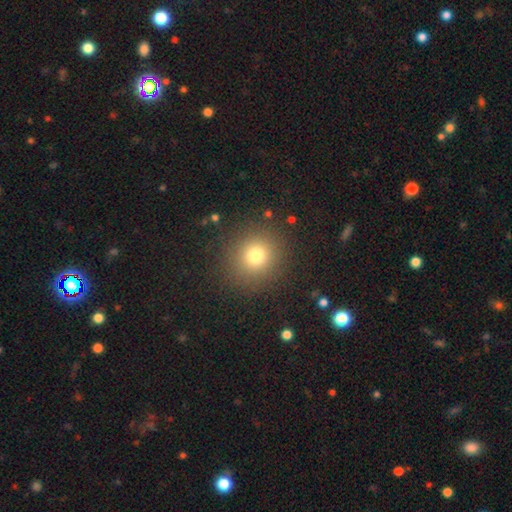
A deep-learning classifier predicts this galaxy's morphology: Smooth or featured? smooth (75%)
How rounded? round (90%)
Merging? none (88%)